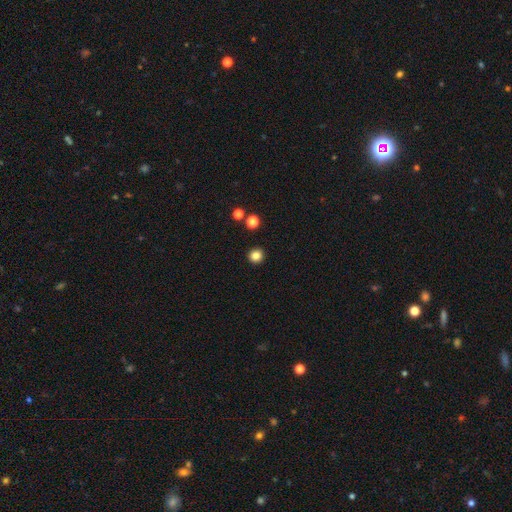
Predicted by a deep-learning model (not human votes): Q: Smooth or featured?
A: smooth (84%); runner-up: star or artifact (12%)
Q: How rounded?
A: round (94%); runner-up: in between (5%)
Q: Merging?
A: none (92%); runner-up: minor disturbance (5%)